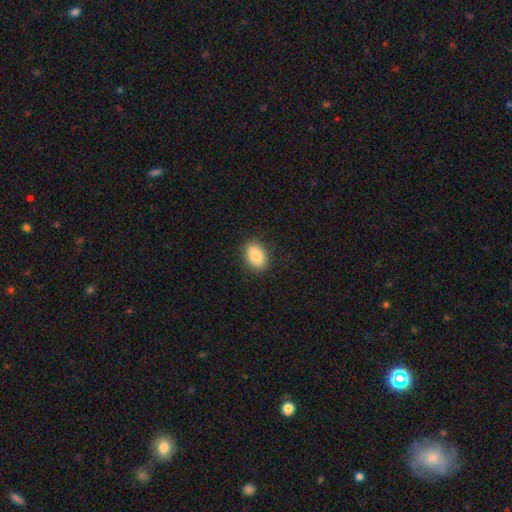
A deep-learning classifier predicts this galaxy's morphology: type=smooth (85%); roundness=in between (80%); merging=none (87%).